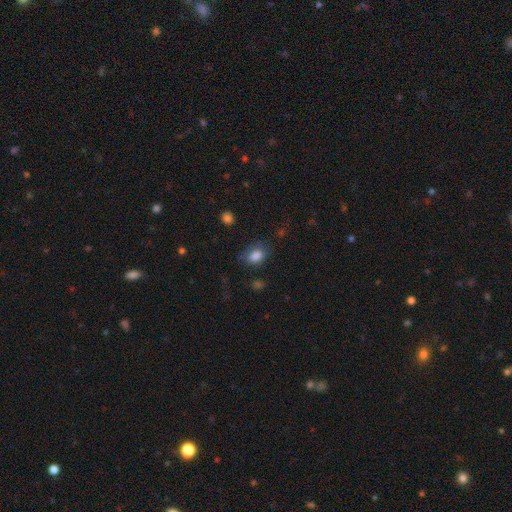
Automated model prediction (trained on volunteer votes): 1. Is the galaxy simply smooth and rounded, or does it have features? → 82% smooth, 10% star or artifact, 8% featured or disk.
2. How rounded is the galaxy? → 78% in between, 21% round, 1% cigar-shaped.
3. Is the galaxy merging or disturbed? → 62% none, 24% minor disturbance, 11% major disturbance, 2% merger.